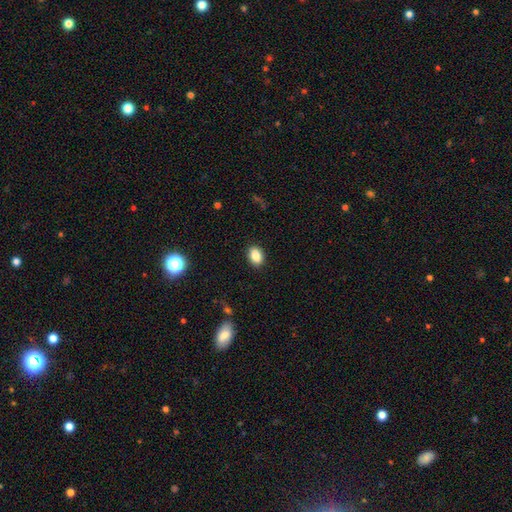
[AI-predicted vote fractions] The model was most divided on "how rounded": in between: 77%, round: 22%, cigar-shaped: 1%. More confident: merging — none (90%); smooth or featured — smooth (86%).